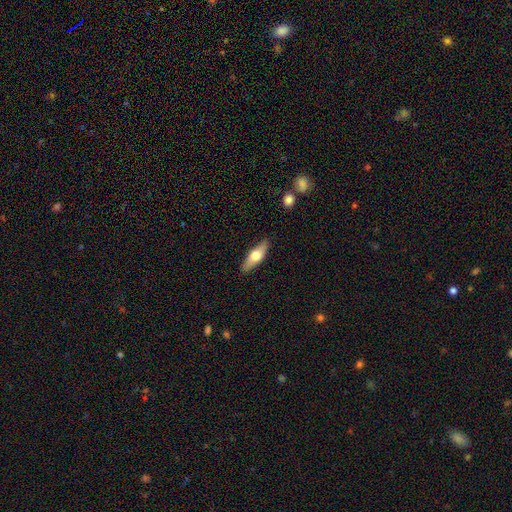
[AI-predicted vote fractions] This appears to be a smooth galaxy with no disk features (53%) that is in between round and cigar-shaped (54%). Merging: none (88%).